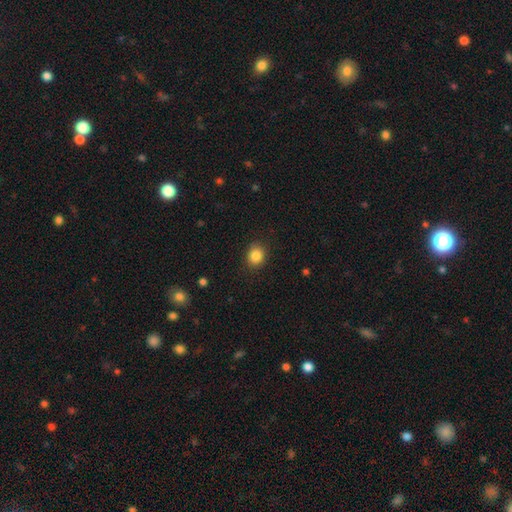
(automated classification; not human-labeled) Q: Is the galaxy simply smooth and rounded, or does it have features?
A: smooth — 86%.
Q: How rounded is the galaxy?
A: round — 70%.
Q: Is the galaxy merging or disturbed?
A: none — 88%.